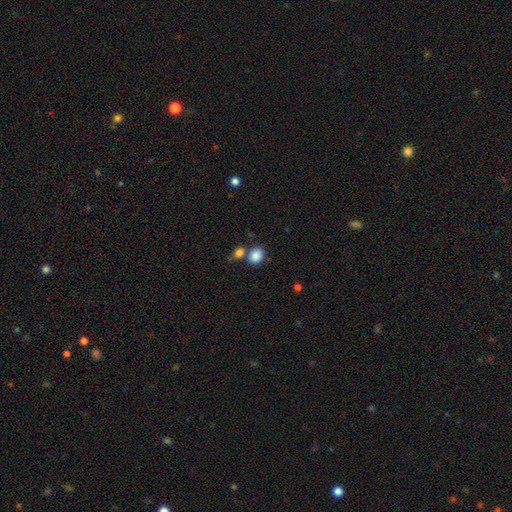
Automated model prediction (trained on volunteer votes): Morphology: type=smooth (87%); roundness=in between (57%); merging=none (58%).